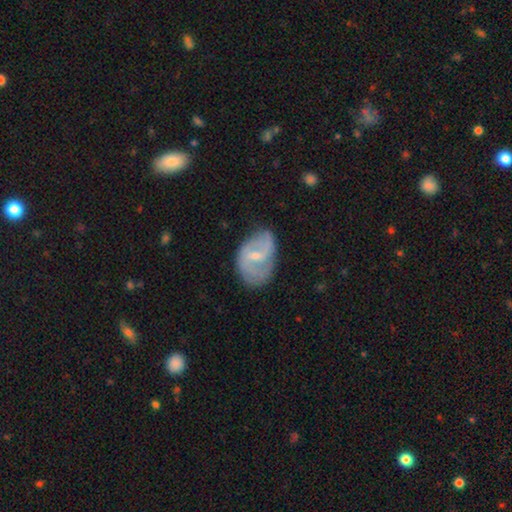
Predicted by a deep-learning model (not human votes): Overall: featured or disk (68%). Edge-on disk: no (97%). Bar: weak (57%; no 25%). Spiral arms: yes (79%). Spiral arm count: 2 (67%). Spiral winding: medium (42%; loose 35%). Bulge size: small (60%; moderate 35%). Merging: none (52%; minor disturbance 32%).